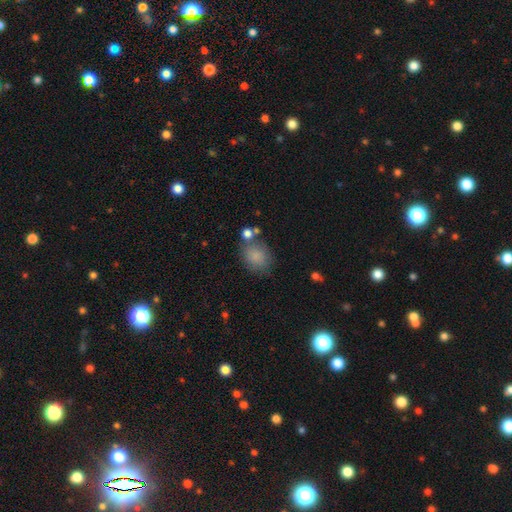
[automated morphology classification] This is clearly a smooth galaxy (83%). How rounded: likely round (62%). Merging: likely none (69%).